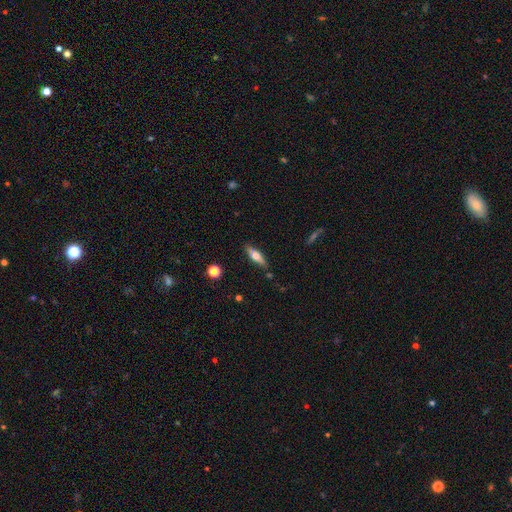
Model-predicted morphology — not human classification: type=featured or disk (48%); merging=none (85%).